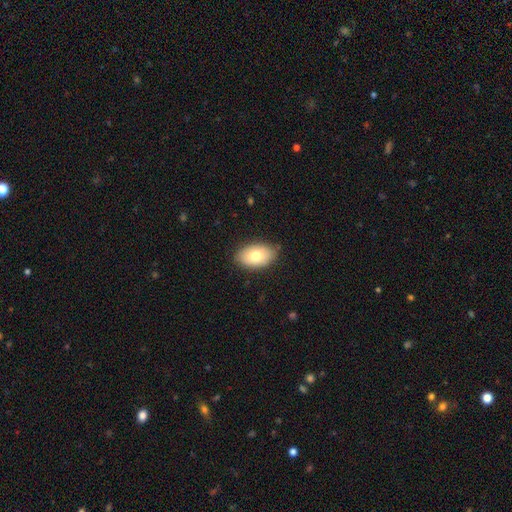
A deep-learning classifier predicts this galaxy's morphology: A smooth galaxy with no disk features (76%) that is in between round and cigar-shaped (92%).

Vote fractions:
- Smooth or featured? smooth: 76% / featured or disk: 17% / star or artifact: 7%
- How rounded? in between: 92% / round: 7% / cigar-shaped: 1%
- Merging? none: 83% / minor disturbance: 13% / major disturbance: 2% / merger: 1%